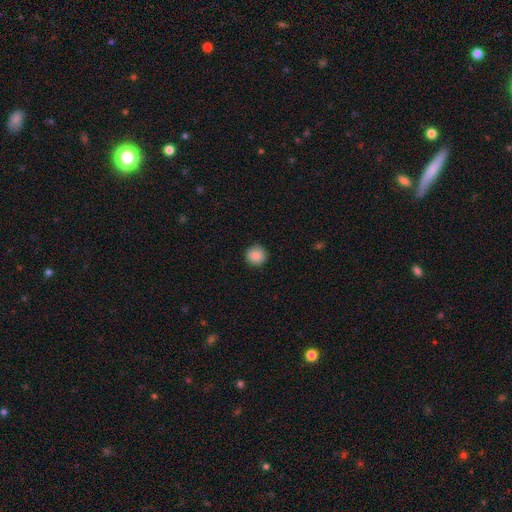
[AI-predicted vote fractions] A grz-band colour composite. It shows a smooth galaxy with no disk features (88%) that is round (95%). Merging: none (92%).